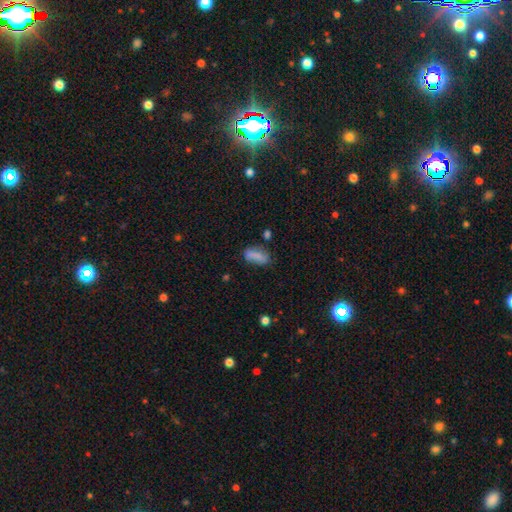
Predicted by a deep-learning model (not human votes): smooth_or_featured: smooth (p=0.79) [alt: featured or disk p=0.13]
how_rounded: in between (p=0.78) [alt: cigar-shaped p=0.18]
merging: none (p=0.64) [alt: minor disturbance p=0.23]